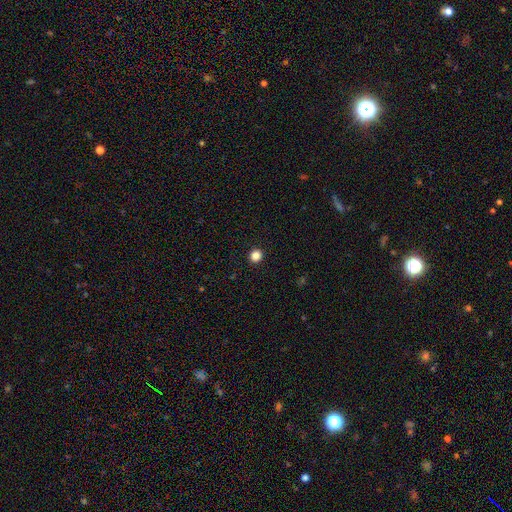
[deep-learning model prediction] Q: Smooth or featured?
A: smooth (85%); runner-up: star or artifact (12%)
Q: How rounded?
A: round (93%); runner-up: in between (7%)
Q: Merging?
A: none (94%); runner-up: minor disturbance (4%)